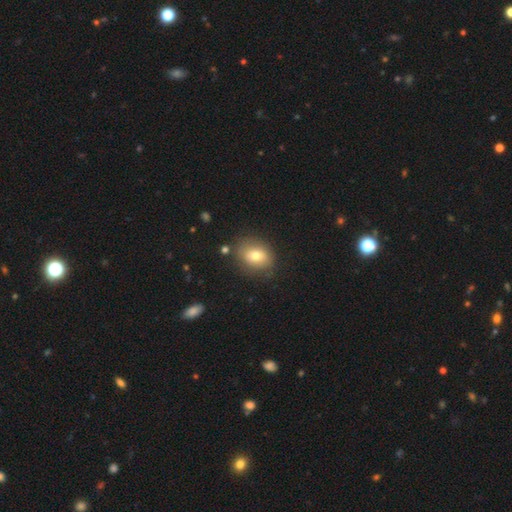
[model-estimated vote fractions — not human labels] Smooth or featured: smooth — 73% (featured or disk — 17%)
How rounded: in between — 58% (round — 41%)
Merging: none — 80% (minor disturbance — 14%)